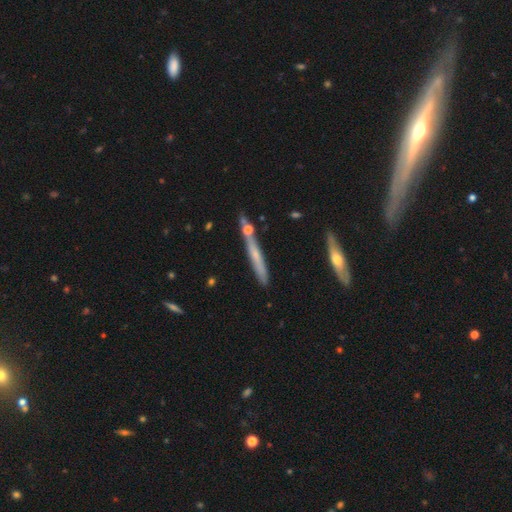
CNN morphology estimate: Smooth or featured? Predicted: smooth (p=0.48). Merging? Predicted: none (p=0.77).